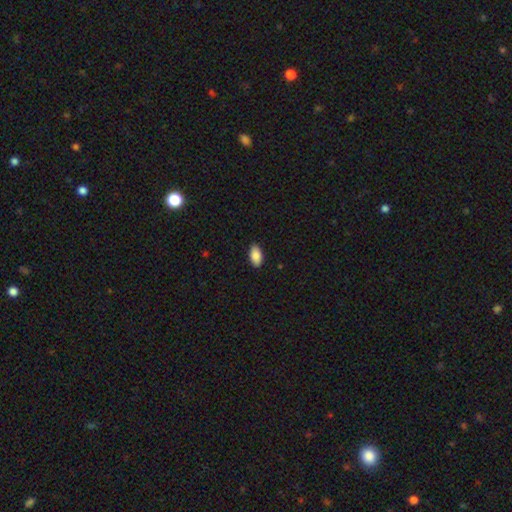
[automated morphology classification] A smooth galaxy with no disk features (87%) that is in between round and cigar-shaped (94%). Merging: none (89%).